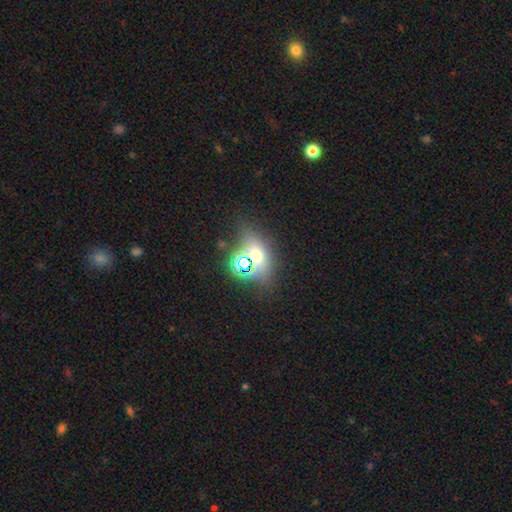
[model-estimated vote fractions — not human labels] Smooth or featured? smooth (51%)
How rounded? in between (61%)
Merging? none (69%)